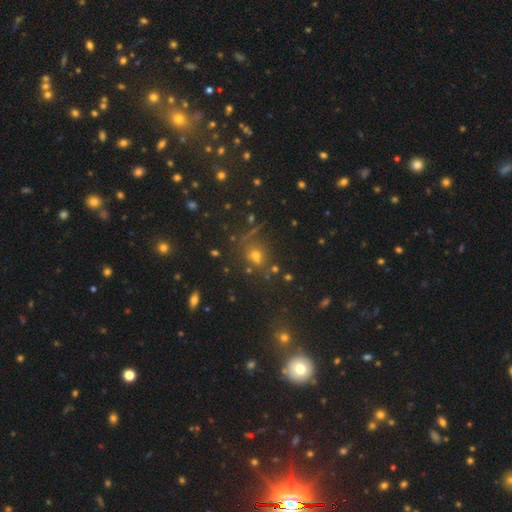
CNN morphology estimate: A smooth galaxy with no disk features (52%) that is round (79%).

Vote fractions:
- Smooth or featured? smooth: 52% / star or artifact: 38% / featured or disk: 10%
- How rounded? round: 79% / in between: 20% / cigar-shaped: 2%
- Merging? none: 72% / minor disturbance: 12% / merger: 10% / major disturbance: 6%